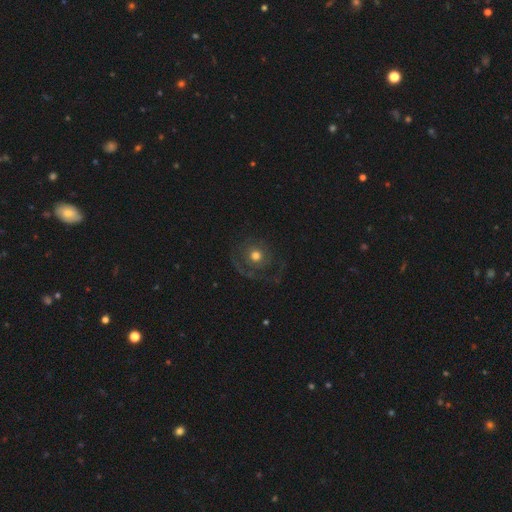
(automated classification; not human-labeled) The model was most divided on "smooth or featured": featured or disk: 45%, smooth: 43%, star or artifact: 11%. More confident: merging — none (59%).